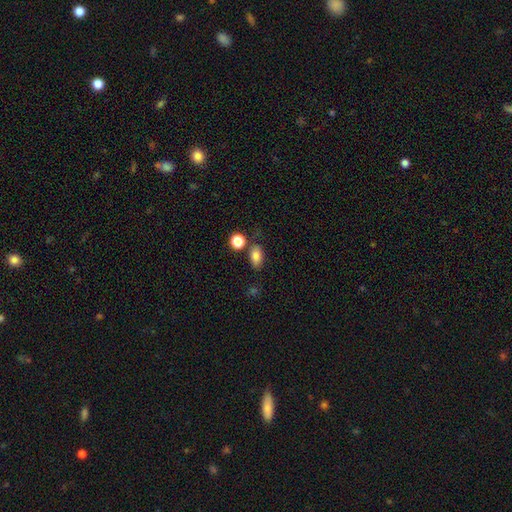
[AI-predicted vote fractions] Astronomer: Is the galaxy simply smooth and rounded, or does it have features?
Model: smooth — 83%.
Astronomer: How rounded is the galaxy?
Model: in between — 85%.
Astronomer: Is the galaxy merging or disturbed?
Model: none — 71%.